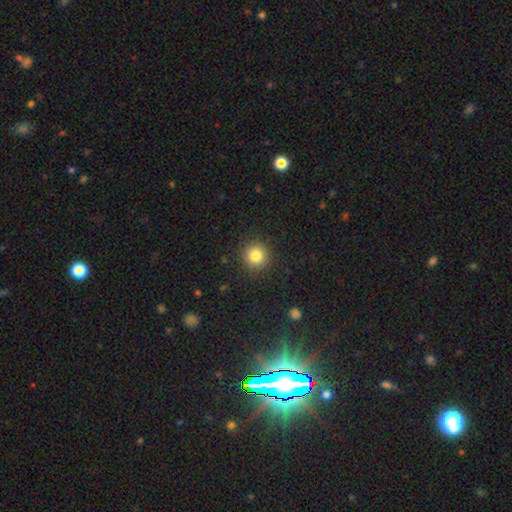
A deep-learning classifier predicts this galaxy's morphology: A smooth galaxy with no disk features (83%) that is round (94%).

Vote fractions:
- Smooth or featured? smooth: 83% / star or artifact: 11% / featured or disk: 6%
- How rounded? round: 94% / in between: 5% / cigar-shaped: 1%
- Merging? none: 91% / minor disturbance: 6% / major disturbance: 2% / merger: 1%